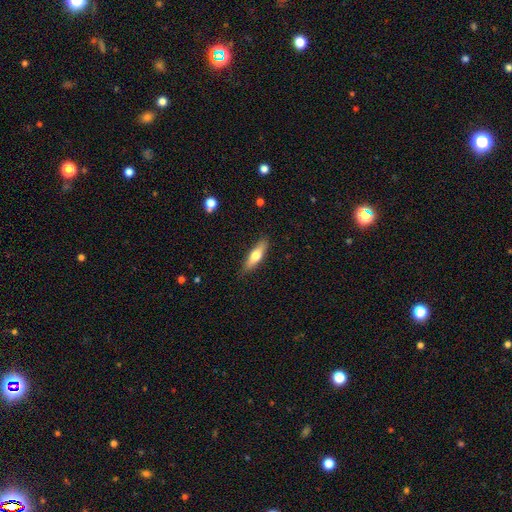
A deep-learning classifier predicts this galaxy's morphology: smooth_or_featured: smooth (p=0.60) [alt: featured or disk p=0.34]
how_rounded: cigar-shaped (p=0.64) [alt: in between p=0.34]
merging: none (p=0.85) [alt: minor disturbance p=0.11]